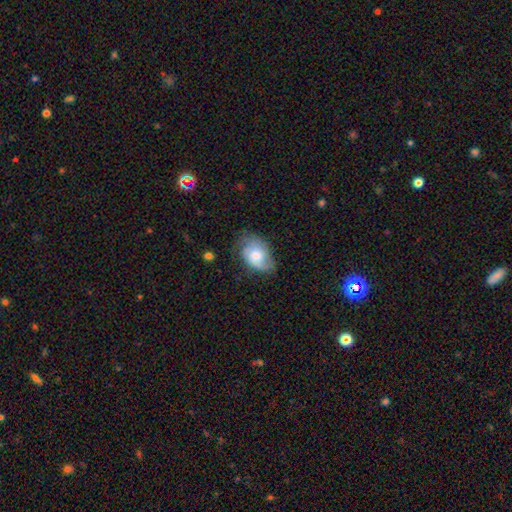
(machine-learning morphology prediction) smooth-or-featured: smooth: 49% | featured or disk: 44% | star or artifact: 7%
  merging: none: 54% | minor disturbance: 31% | major disturbance: 14% | merger: 2%